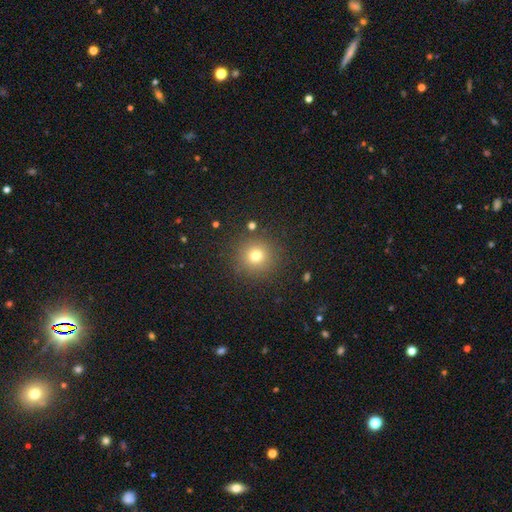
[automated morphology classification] smooth_or_featured: smooth (p=0.74) [alt: star or artifact p=0.18]
how_rounded: round (p=0.94) [alt: in between p=0.05]
merging: none (p=0.88) [alt: minor disturbance p=0.07]